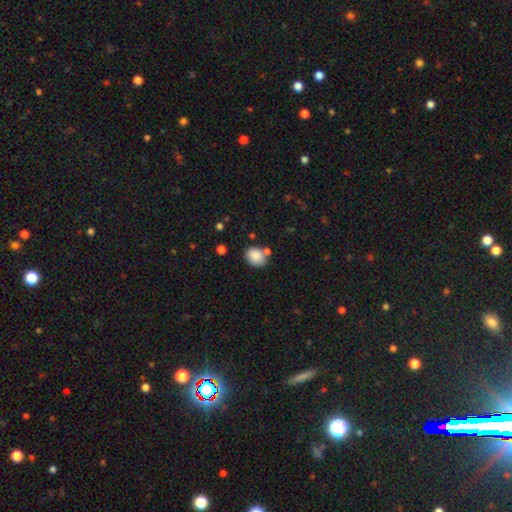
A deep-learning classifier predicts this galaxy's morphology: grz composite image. It shows a smooth galaxy with no disk features (86%) that is round (50%). Merging: none (68%).